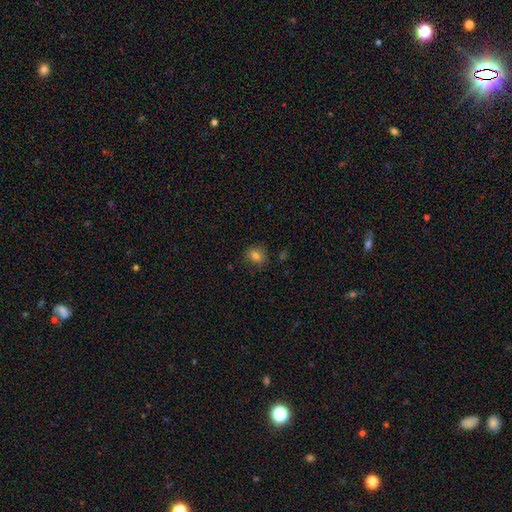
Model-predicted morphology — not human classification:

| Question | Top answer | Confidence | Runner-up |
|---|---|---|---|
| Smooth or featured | smooth | 78% | star or artifact (13%) |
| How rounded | round | 69% | in between (30%) |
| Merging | none | 81% | minor disturbance (14%) |